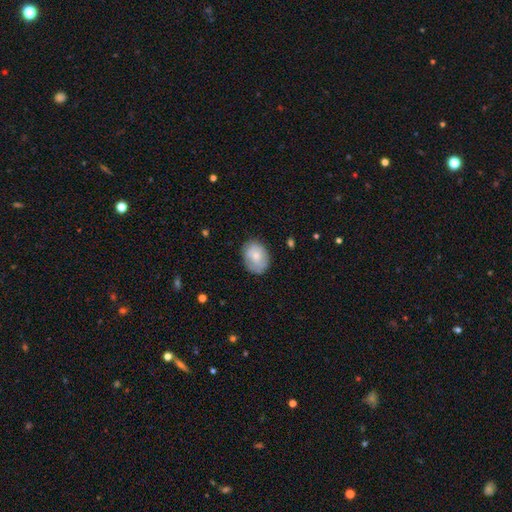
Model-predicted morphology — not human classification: Smooth or featured: smooth — 68% (featured or disk — 25%)
How rounded: in between — 65% (round — 34%)
Merging: none — 75% (minor disturbance — 19%)